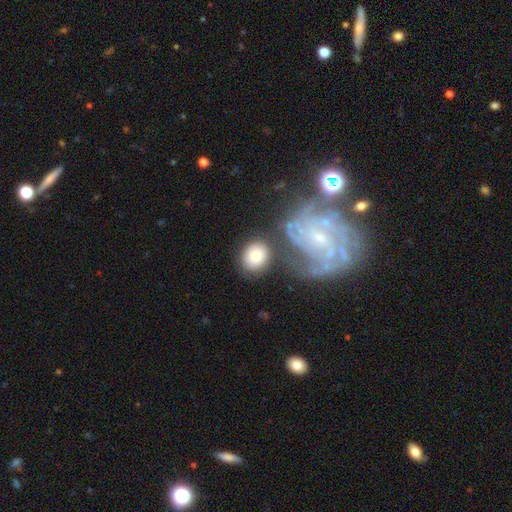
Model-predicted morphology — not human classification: smooth 72%, featured or disk 21%, star or artifact 7%. Down the decision tree: how rounded — round (68%); merging — none (66%).